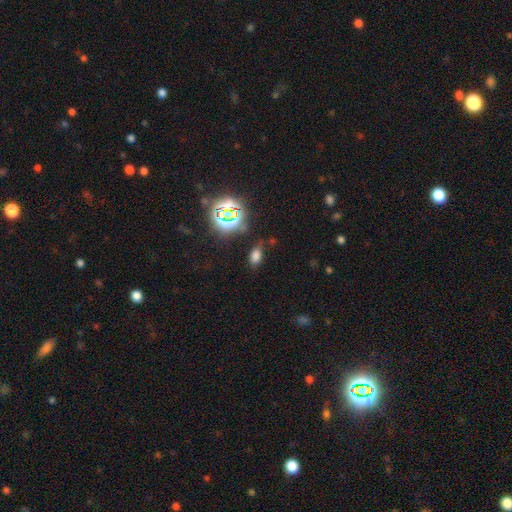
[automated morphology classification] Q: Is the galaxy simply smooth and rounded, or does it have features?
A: smooth — 65%.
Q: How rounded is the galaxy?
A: in between — 87%.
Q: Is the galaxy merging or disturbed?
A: none — 72%.